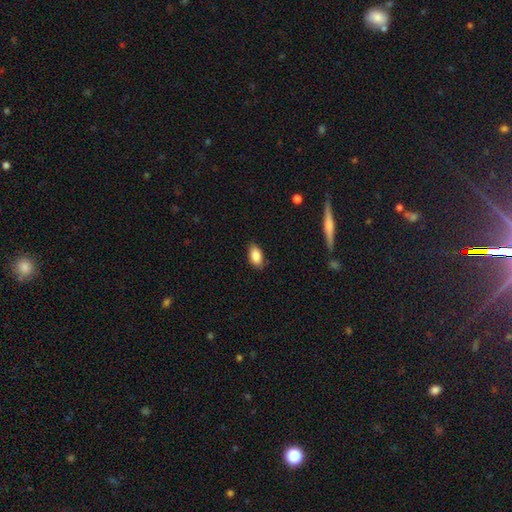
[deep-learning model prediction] Morphology: type=smooth (87%); roundness=in between (92%); merging=none (85%).